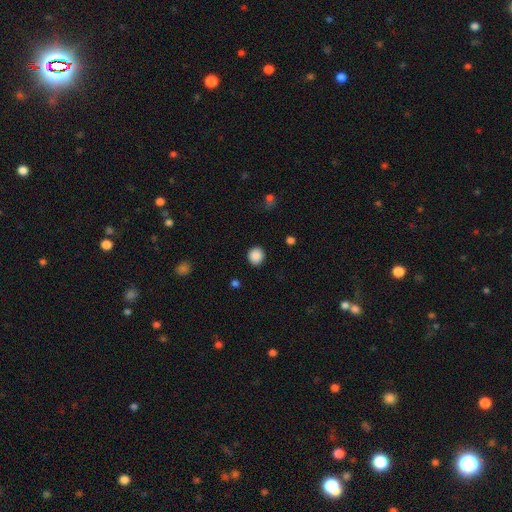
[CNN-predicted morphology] A smooth galaxy with no disk features (88%) that is round (86%).

Vote fractions:
- Smooth or featured? smooth: 88% / star or artifact: 9% / featured or disk: 3%
- How rounded? round: 86% / in between: 13% / cigar-shaped: 1%
- Merging? none: 90% / minor disturbance: 6% / major disturbance: 2% / merger: 1%